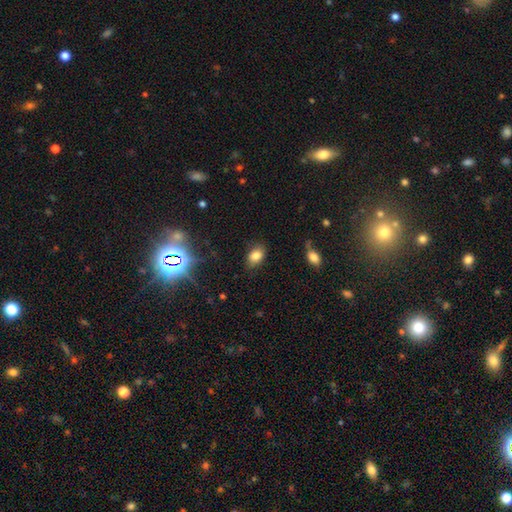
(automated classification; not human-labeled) A smooth galaxy with no disk features (80%) that is in between round and cigar-shaped (82%).

Vote fractions:
- Smooth or featured? smooth: 80% / star or artifact: 13% / featured or disk: 8%
- How rounded? in between: 82% / round: 16% / cigar-shaped: 1%
- Merging? none: 78% / minor disturbance: 16% / major disturbance: 4% / merger: 2%